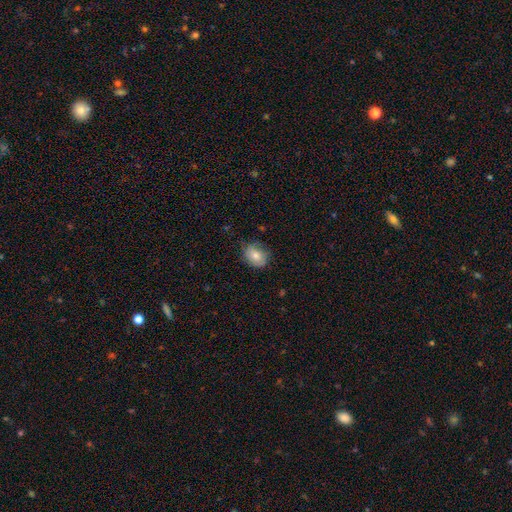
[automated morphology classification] This is likely a smooth galaxy (75%). How rounded: possibly in between (54%). Merging: likely none (70%).